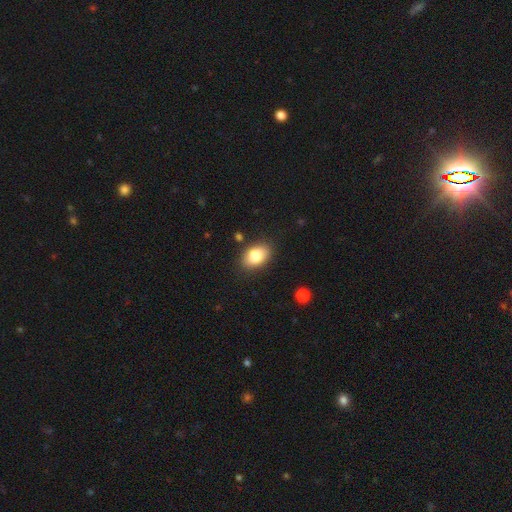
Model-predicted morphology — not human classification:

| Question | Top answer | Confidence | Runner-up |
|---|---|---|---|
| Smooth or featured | smooth | 84% | featured or disk (8%) |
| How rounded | in between | 87% | round (12%) |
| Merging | none | 82% | minor disturbance (13%) |